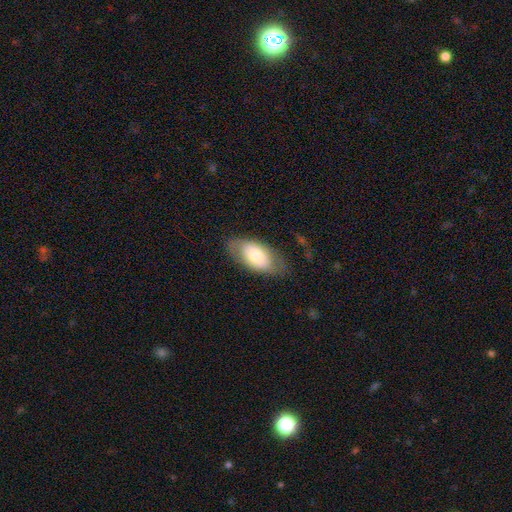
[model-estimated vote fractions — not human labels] The model was most divided on "smooth or featured": smooth: 71%, featured or disk: 23%, star or artifact: 6%. More confident: how rounded — in between (93%); merging — none (70%).